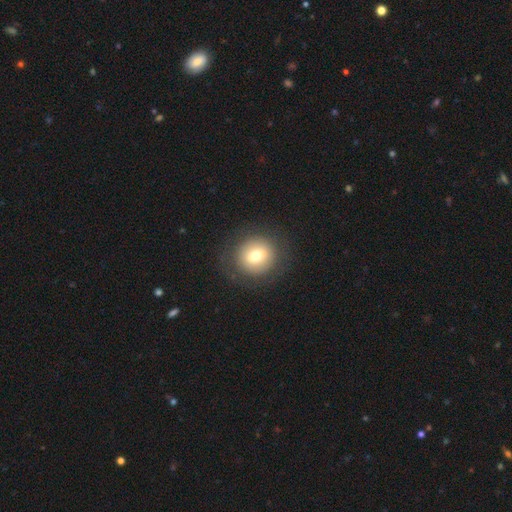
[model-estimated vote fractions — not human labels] The model was most divided on "smooth or featured": smooth: 67%, featured or disk: 23%, star or artifact: 10%. More confident: merging — none (84%); how rounded — round (83%).